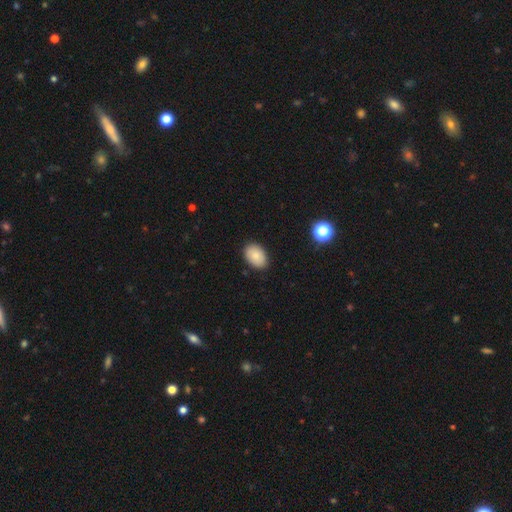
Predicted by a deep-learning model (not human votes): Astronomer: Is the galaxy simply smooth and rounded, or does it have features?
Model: smooth — 84%.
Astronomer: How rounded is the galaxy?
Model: in between — 85%.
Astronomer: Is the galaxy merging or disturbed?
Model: none — 88%.